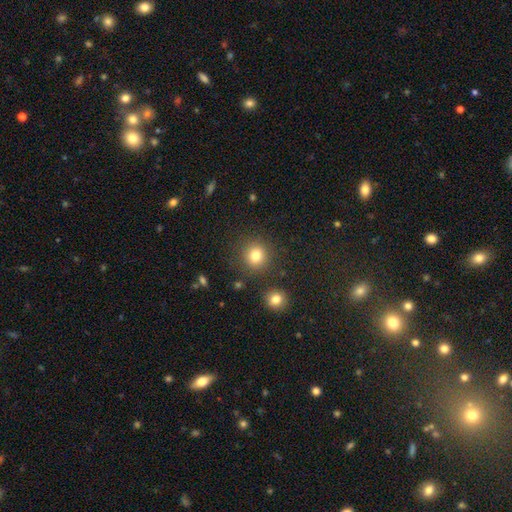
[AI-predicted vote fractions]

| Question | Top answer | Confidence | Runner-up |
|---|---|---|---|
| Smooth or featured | smooth | 81% | star or artifact (13%) |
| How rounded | round | 91% | in between (8%) |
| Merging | none | 86% | minor disturbance (7%) |